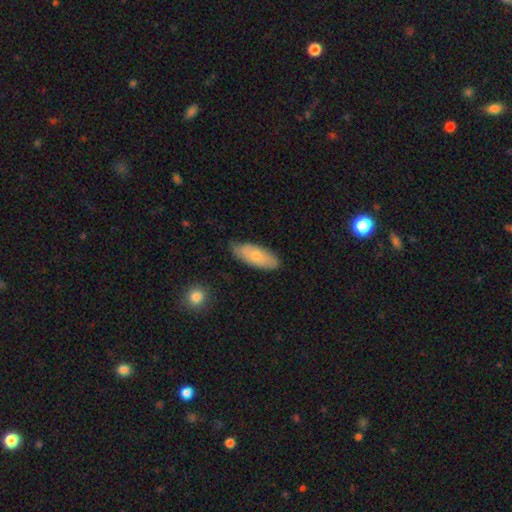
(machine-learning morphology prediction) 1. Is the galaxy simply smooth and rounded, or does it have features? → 71% smooth, 23% featured or disk, 6% star or artifact.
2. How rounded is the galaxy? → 81% in between, 17% cigar-shaped, 2% round.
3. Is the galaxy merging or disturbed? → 73% none, 22% minor disturbance, 3% major disturbance, 1% merger.